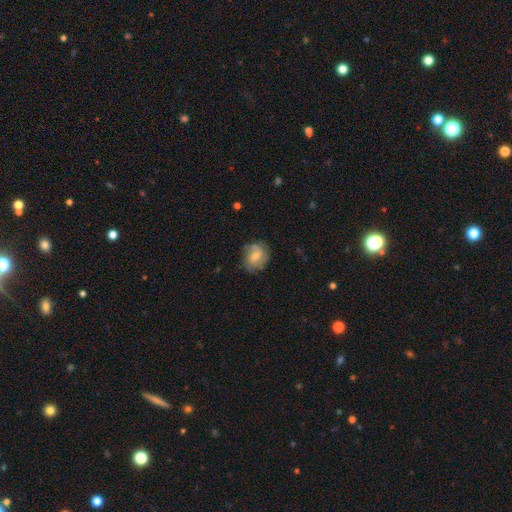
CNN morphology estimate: A smooth galaxy with no disk features (50%).

Vote fractions:
- Smooth or featured? smooth: 50% / featured or disk: 43% / star or artifact: 8%
- Merging? none: 68% / minor disturbance: 23% / major disturbance: 8% / merger: 2%